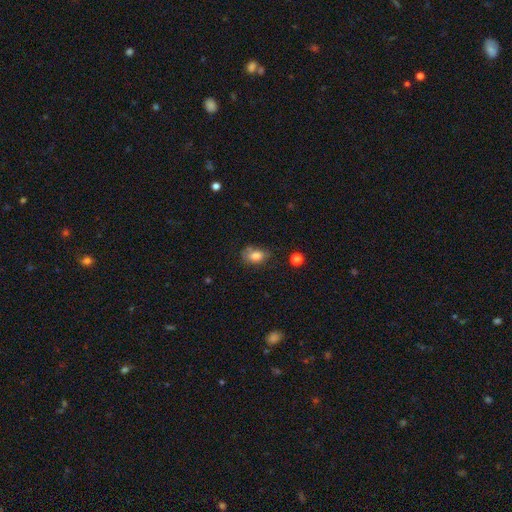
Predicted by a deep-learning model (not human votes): Smooth or featured?
  - smooth: 80% *
  - star or artifact: 10%
  - featured or disk: 9%
How rounded?
  - in between: 77% *
  - round: 21%
  - cigar-shaped: 2%
Merging?
  - none: 58% *
  - minor disturbance: 28%
  - major disturbance: 8%
  - merger: 6%